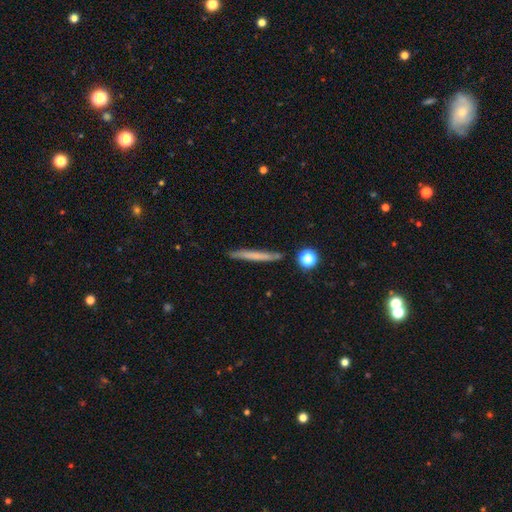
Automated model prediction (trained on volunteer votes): smooth-or-featured: smooth: 62% | featured or disk: 31% | star or artifact: 7%
  how-rounded: cigar-shaped: 96% | in between: 2% | round: 2%
  merging: none: 87% | minor disturbance: 8% | merger: 3% | major disturbance: 2%